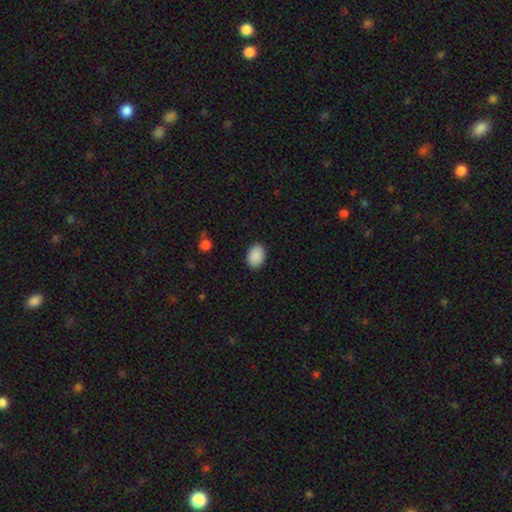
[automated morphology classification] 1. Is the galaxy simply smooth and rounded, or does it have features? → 90% smooth, 7% star or artifact, 2% featured or disk.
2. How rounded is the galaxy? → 81% in between, 18% round, 1% cigar-shaped.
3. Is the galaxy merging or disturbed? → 89% none, 8% minor disturbance, 2% major disturbance, 1% merger.